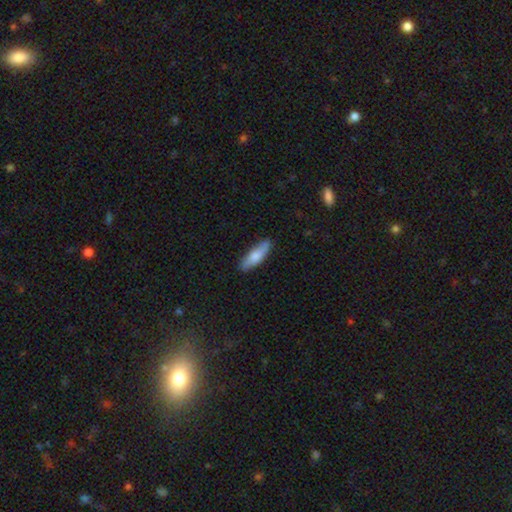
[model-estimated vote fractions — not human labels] smooth_or_featured: smooth (p=0.72) [alt: featured or disk p=0.22]
how_rounded: cigar-shaped (p=0.53) [alt: in between p=0.45]
merging: none (p=0.83) [alt: minor disturbance p=0.13]